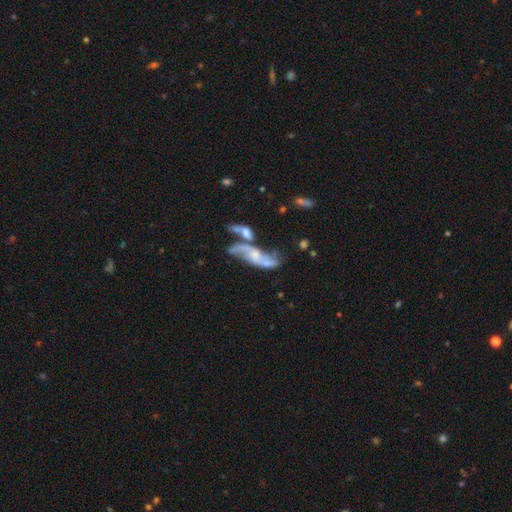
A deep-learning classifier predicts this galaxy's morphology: The model was most divided on "merging": merger: 42%, none: 30%, major disturbance: 15%, minor disturbance: 14%. Remaining: edge-on disk — no (85%); spiral arms — yes (82%); spiral arm count — 2 (78%); smooth or featured — featured or disk (73%); spiral winding — loose (71%); bar — no (60%); bulge size — small (45%).